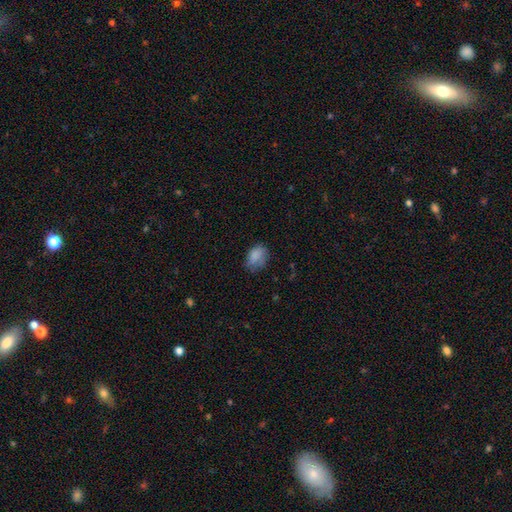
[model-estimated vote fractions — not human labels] smooth-or-featured: smooth: 81% | featured or disk: 10% | star or artifact: 9%
  how-rounded: in between: 74% | round: 25% | cigar-shaped: 1%
  merging: none: 59% | minor disturbance: 29% | major disturbance: 10% | merger: 2%